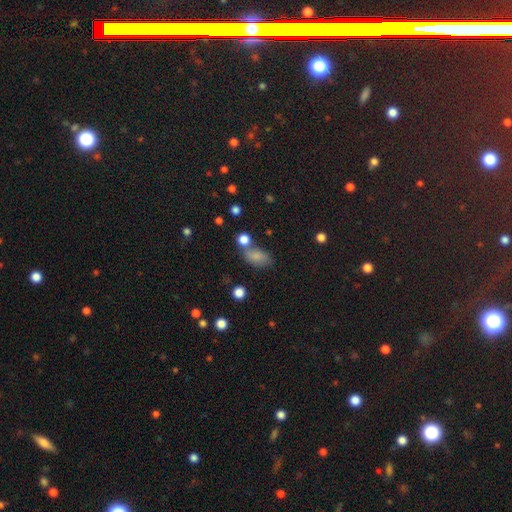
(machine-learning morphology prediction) Smooth or featured?
  - smooth: 80% *
  - star or artifact: 11%
  - featured or disk: 9%
How rounded?
  - in between: 86% *
  - round: 11%
  - cigar-shaped: 3%
Merging?
  - none: 54% *
  - merger: 19%
  - minor disturbance: 19%
  - major disturbance: 8%